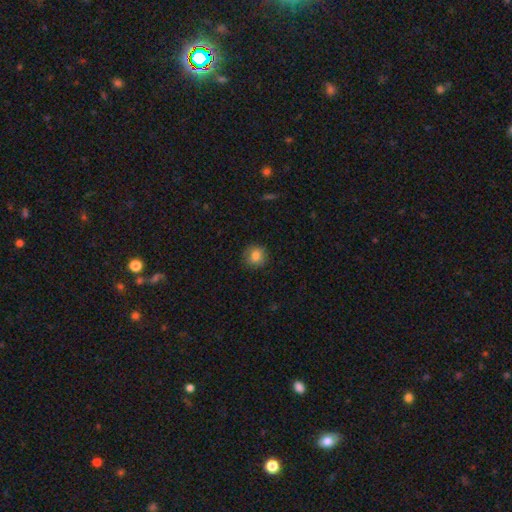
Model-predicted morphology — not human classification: This appears to be a smooth galaxy with no disk features (83%) that is round (89%). Merging: none (85%).